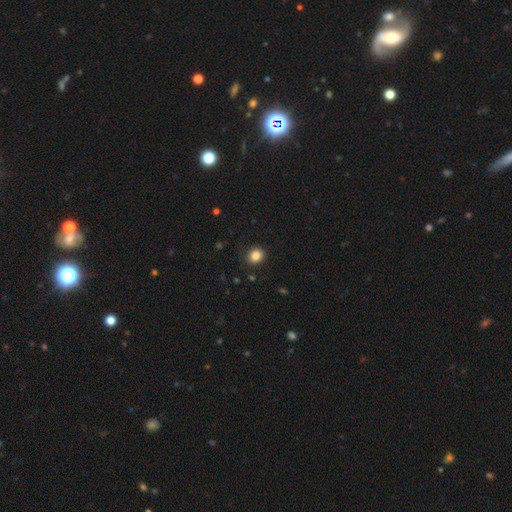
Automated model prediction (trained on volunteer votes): The model was most divided on "how rounded": round: 79%, in between: 20%, cigar-shaped: 1%. More confident: merging — none (89%); smooth or featured — smooth (86%).